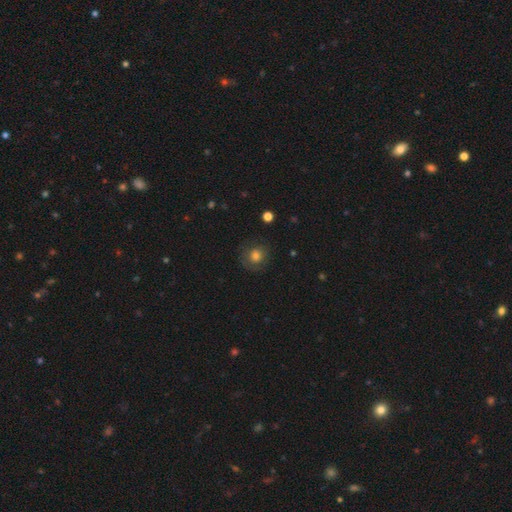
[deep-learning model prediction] Q: Smooth or featured?
A: smooth (68%); runner-up: featured or disk (20%)
Q: How rounded?
A: round (84%); runner-up: in between (15%)
Q: Merging?
A: none (74%); runner-up: minor disturbance (16%)